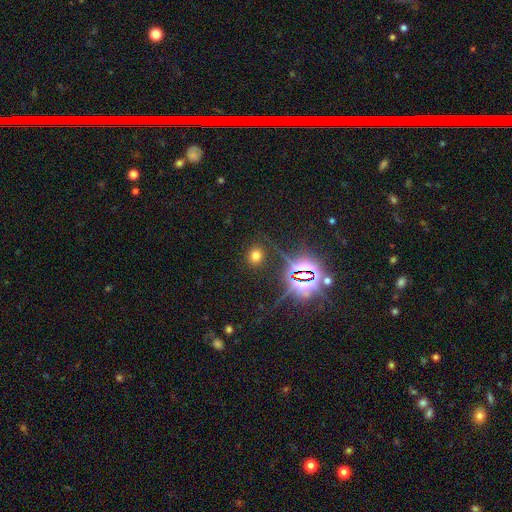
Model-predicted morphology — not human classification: type=smooth (60%); roundness=round (70%); merging=none (85%).